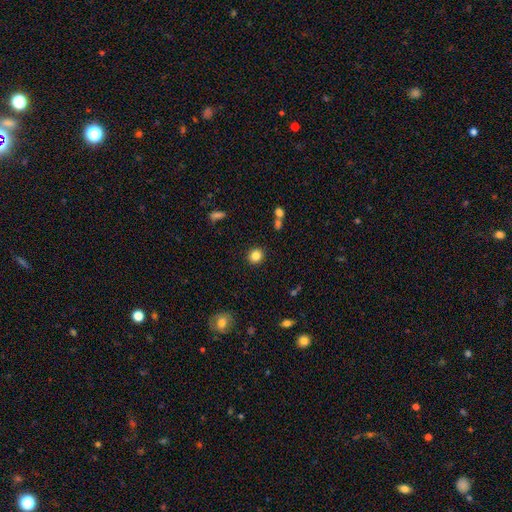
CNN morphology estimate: smooth-or-featured: smooth: 84% | star or artifact: 11% | featured or disk: 6%
  how-rounded: round: 86% | in between: 13% | cigar-shaped: 1%
  merging: none: 90% | minor disturbance: 6% | major disturbance: 2% | merger: 2%